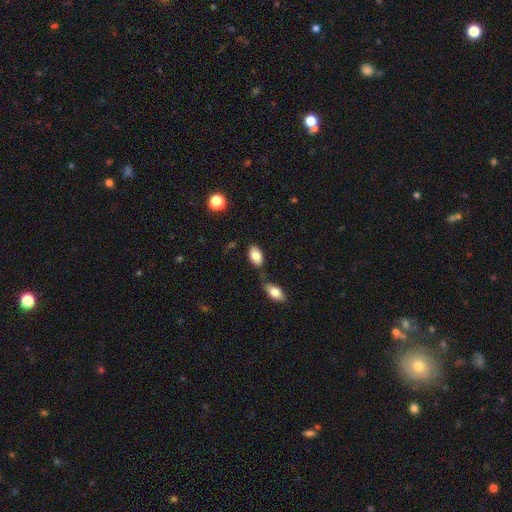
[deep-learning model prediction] Q: Smooth or featured?
A: smooth (83%); runner-up: featured or disk (10%)
Q: How rounded?
A: in between (92%); runner-up: round (5%)
Q: Merging?
A: none (63%); runner-up: minor disturbance (17%)